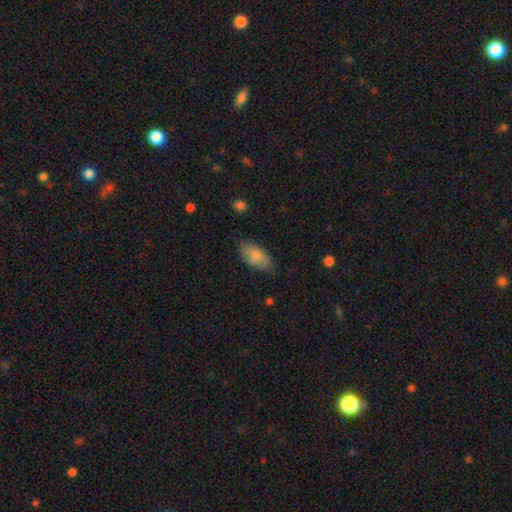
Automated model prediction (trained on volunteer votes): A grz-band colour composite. It shows a smooth galaxy with no disk features (83%) that is in between round and cigar-shaped (92%). Merging: none (72%).